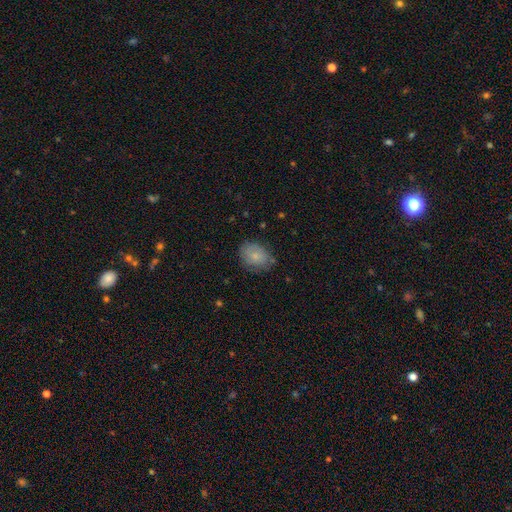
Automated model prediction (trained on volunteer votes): smooth 78%, featured or disk 15%, star or artifact 8%. Down the decision tree: how rounded — in between (68%); merging — none (72%).